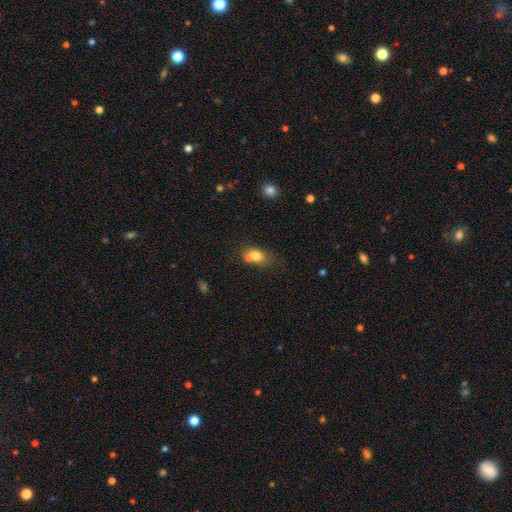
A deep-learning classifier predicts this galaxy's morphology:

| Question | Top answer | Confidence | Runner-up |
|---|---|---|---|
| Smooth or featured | smooth | 74% | featured or disk (15%) |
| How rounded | in between | 56% | round (42%) |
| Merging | merger | 45% | none (37%) |